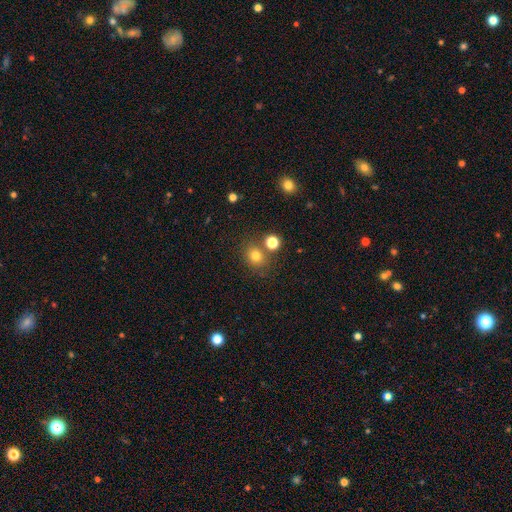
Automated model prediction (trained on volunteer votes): Smooth or featured: smooth — 77% (star or artifact — 16%)
How rounded: round — 77% (in between — 22%)
Merging: none — 72% (merger — 14%)